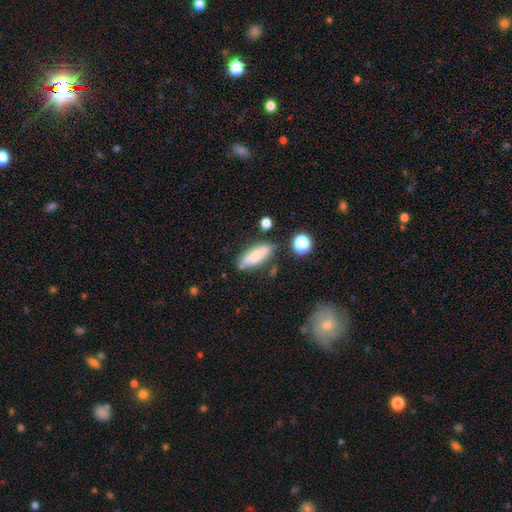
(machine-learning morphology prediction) The model was most divided on "how rounded": in between: 66%, cigar-shaped: 31%, round: 3%. More confident: smooth or featured — smooth (70%); merging — none (69%).